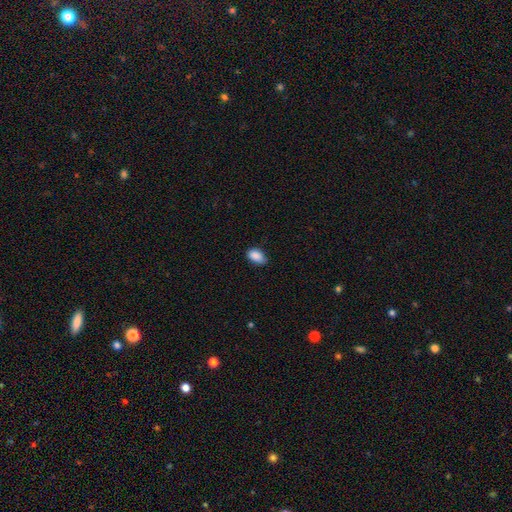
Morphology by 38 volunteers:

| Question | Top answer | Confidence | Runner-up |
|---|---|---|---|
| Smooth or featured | smooth | 84% | featured or disk (11%) |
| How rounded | in between | 91% | round (9%) |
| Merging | minor disturbance | 47% | none (44%) |